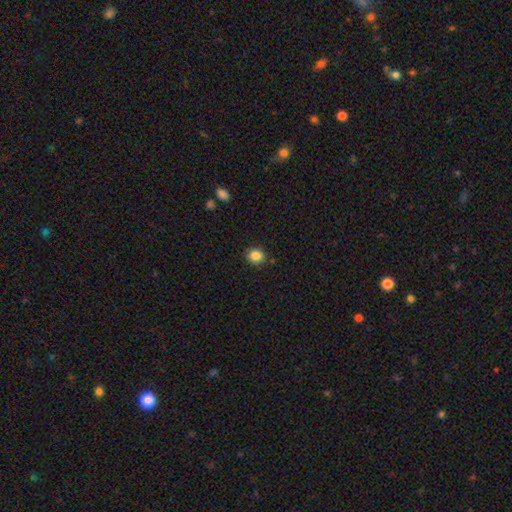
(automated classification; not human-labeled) The model was most divided on "how rounded": round: 81%, in between: 19%, cigar-shaped: 1%. More confident: merging — none (89%); smooth or featured — smooth (85%).